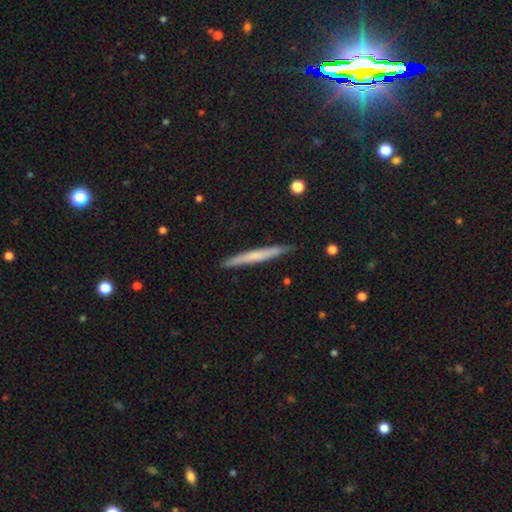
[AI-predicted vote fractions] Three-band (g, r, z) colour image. It shows a smooth galaxy with no disk features (54%) that is cigar-shaped (97%). Merging: none (90%).